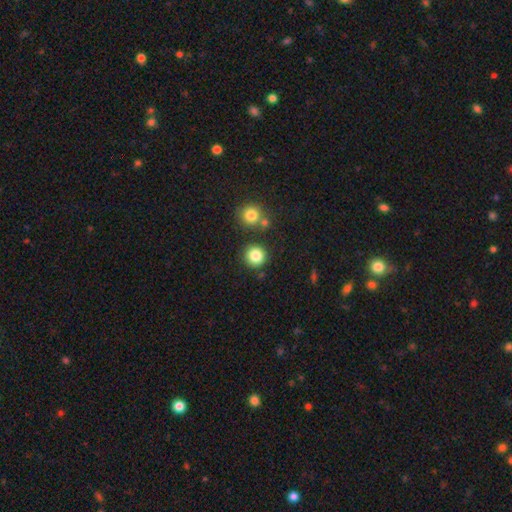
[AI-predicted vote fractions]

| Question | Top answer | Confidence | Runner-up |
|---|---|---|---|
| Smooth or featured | smooth | 85% | star or artifact (10%) |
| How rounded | round | 93% | in between (6%) |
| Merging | none | 84% | minor disturbance (7%) |